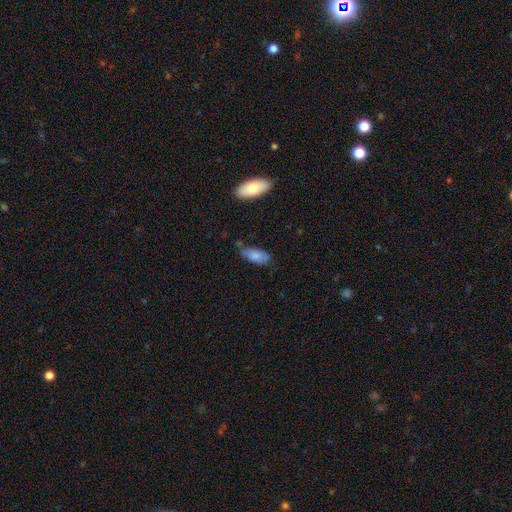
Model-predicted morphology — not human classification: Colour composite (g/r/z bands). It shows a smooth galaxy with no disk features (81%) that is in between round and cigar-shaped (83%). Merging: none (57%).